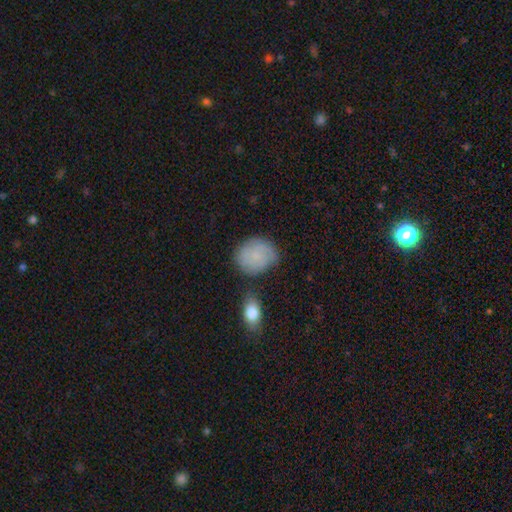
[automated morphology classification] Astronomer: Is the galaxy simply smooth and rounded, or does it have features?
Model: smooth — 57% (runner-up: featured or disk, 35%).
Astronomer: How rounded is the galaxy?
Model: round — 62%.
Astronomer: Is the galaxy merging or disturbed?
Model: none — 66%.